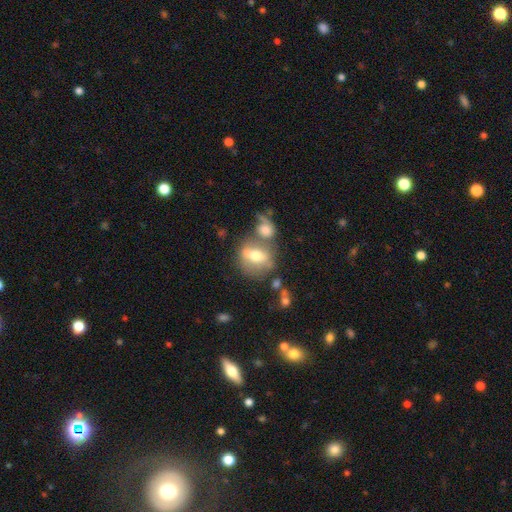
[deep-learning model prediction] Smooth or featured? smooth (51%)
How rounded? round (55%)
Merging? none (40%)